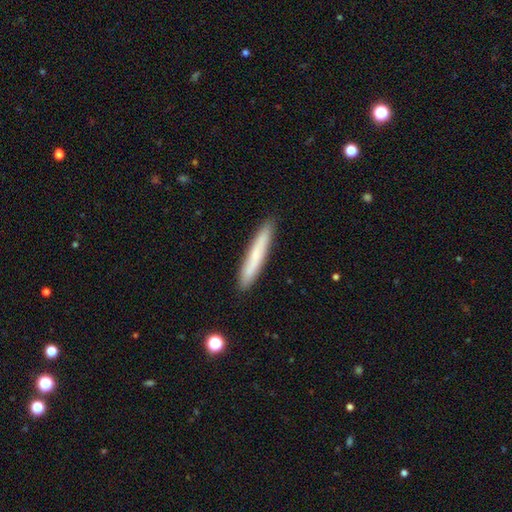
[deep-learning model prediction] smooth 67%, featured or disk 27%, star or artifact 6%. Down the decision tree: how rounded — cigar-shaped (95%); merging — none (90%).